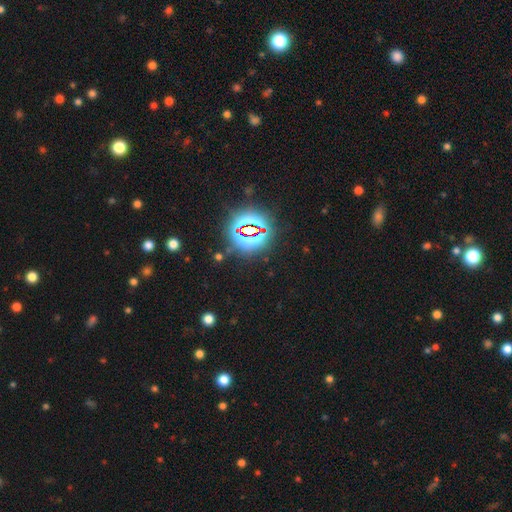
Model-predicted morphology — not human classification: A star or artifact, not a galaxy (84%).